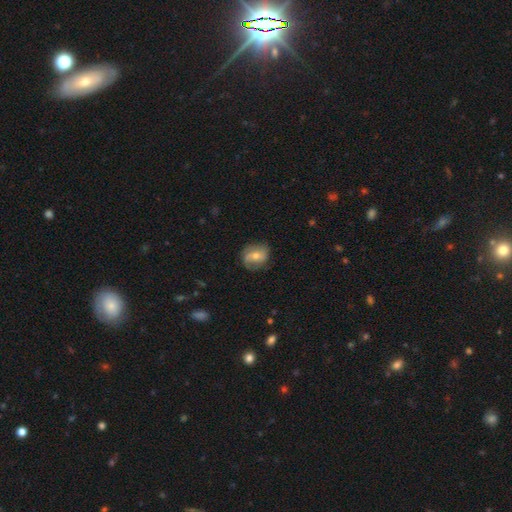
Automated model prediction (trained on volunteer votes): This is possibly a featured or disk galaxy (59%). It is clearly not viewed edge-on (96%). Bar: marginally no (42%). Spiral arm pattern: clearly yes (82%). Central bulge: possibly moderate (58%). Merging: likely none (74%).